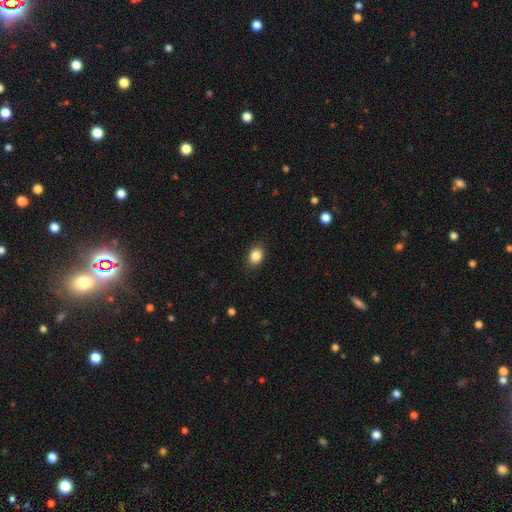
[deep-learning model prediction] A smooth galaxy with no disk features (87%) that is in between round and cigar-shaped (70%). Merging: none (88%).